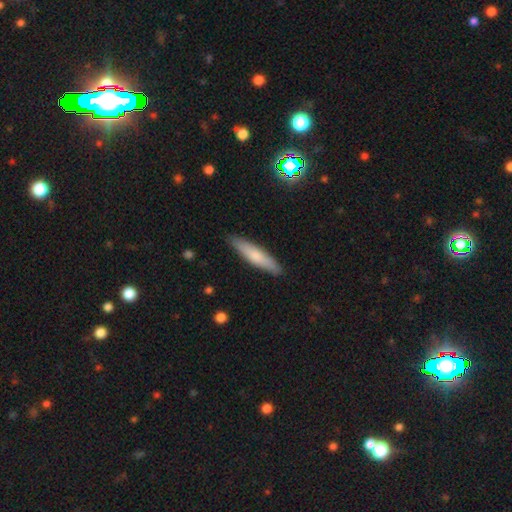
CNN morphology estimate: type=smooth (69%); roundness=cigar-shaped (84%); merging=none (88%).